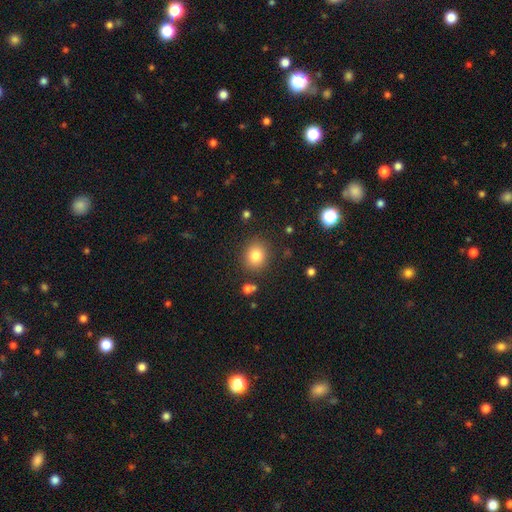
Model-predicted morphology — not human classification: type=smooth (81%); roundness=round (78%); merging=none (86%).